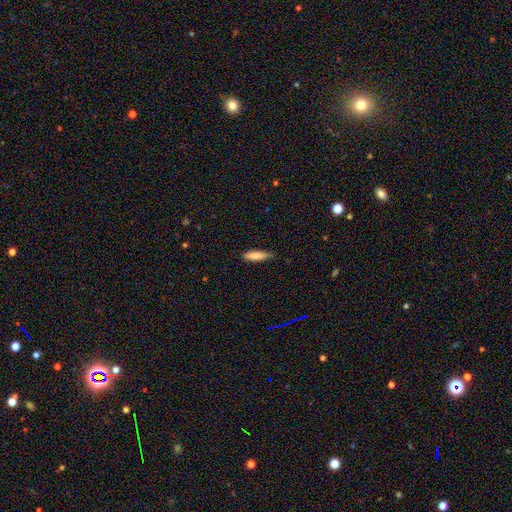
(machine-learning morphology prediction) This appears to be a smooth galaxy with no disk features (84%) that is cigar-shaped (61%). Merging: none (74%).